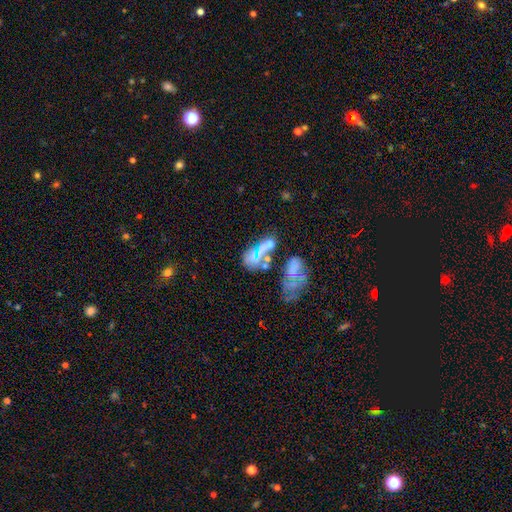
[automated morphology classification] smooth_or_featured: smooth (p=0.43) [alt: star or artifact p=0.29]
merging: merger (p=0.42) [alt: none p=0.28]